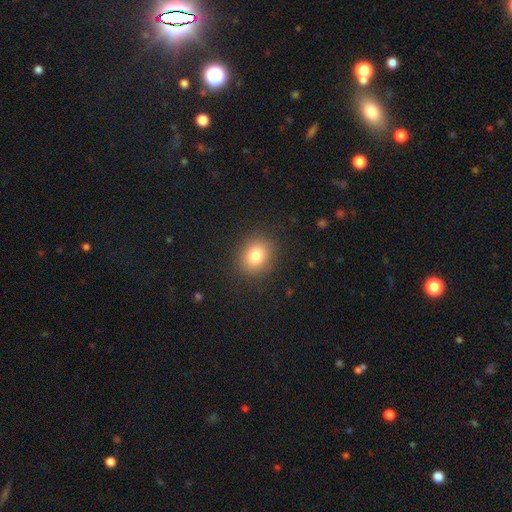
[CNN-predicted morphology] This is clearly a smooth galaxy (80%). How rounded: likely round (68%). Merging: clearly none (88%).